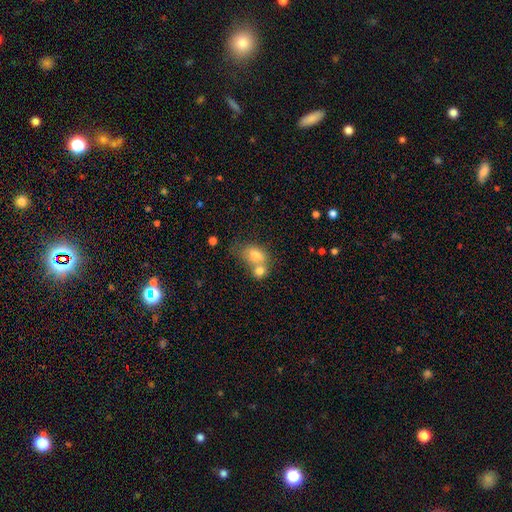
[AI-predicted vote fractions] smooth_or_featured: smooth (p=0.75) [alt: featured or disk p=0.15]
how_rounded: in between (p=0.69) [alt: round p=0.29]
merging: merger (p=0.58) [alt: none p=0.28]